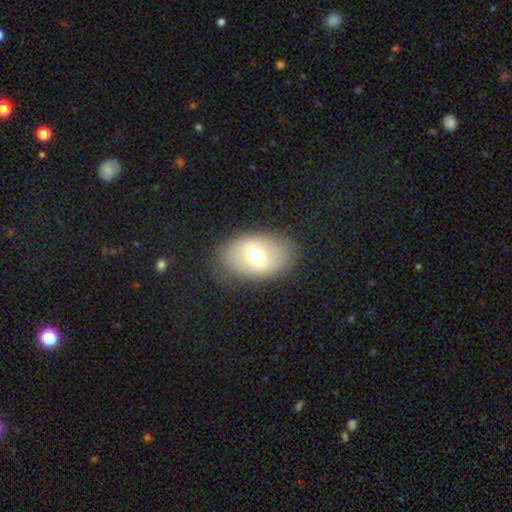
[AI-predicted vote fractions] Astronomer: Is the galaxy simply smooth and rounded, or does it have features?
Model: smooth — 57% (runner-up: featured or disk, 33%).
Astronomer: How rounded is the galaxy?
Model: in between — 79%.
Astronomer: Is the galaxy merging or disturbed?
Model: none — 82%.